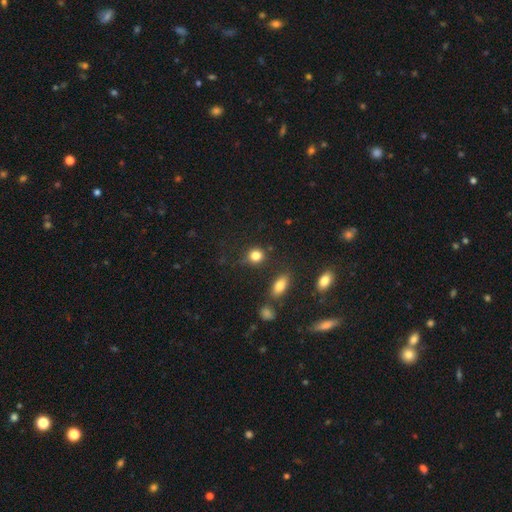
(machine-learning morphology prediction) Smooth or featured? Predicted: smooth (p=0.83). How rounded? Predicted: round (p=0.78). Merging? Predicted: none (p=0.72).